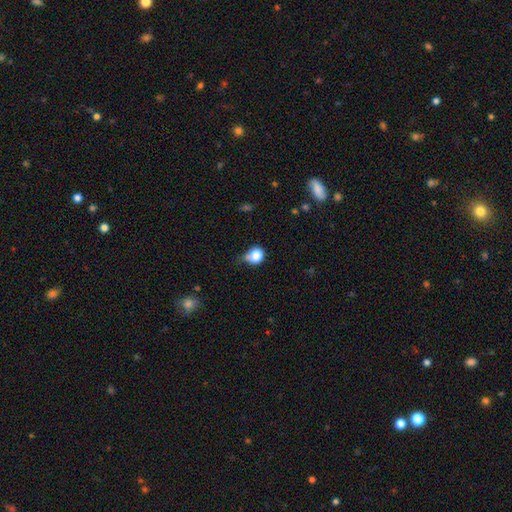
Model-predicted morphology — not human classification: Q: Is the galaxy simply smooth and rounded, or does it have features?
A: smooth — 82%.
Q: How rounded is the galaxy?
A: round — 69%.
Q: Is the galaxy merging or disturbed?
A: minor disturbance — 39%.